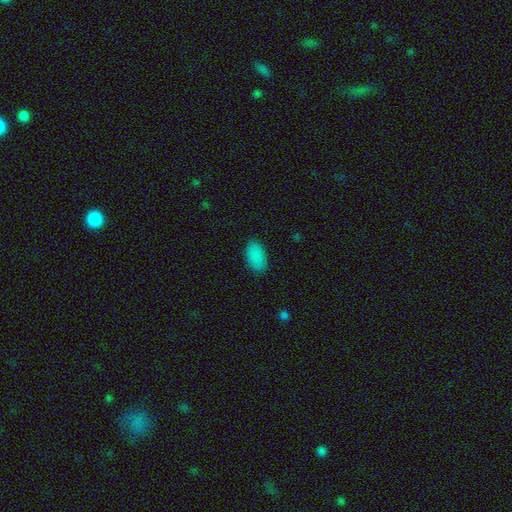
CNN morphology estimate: Smooth or featured?
  - smooth: 88% *
  - star or artifact: 9%
  - featured or disk: 4%
How rounded?
  - in between: 94% *
  - round: 3%
  - cigar-shaped: 2%
Merging?
  - none: 86% *
  - minor disturbance: 10%
  - major disturbance: 3%
  - merger: 1%